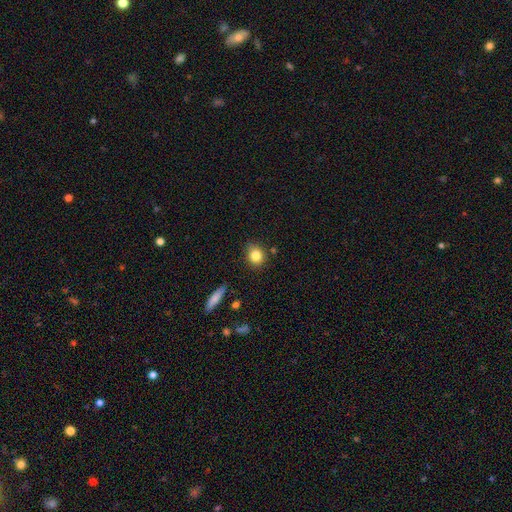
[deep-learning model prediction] smooth 83%, star or artifact 10%, featured or disk 7%. Down the decision tree: how rounded — round (73%); merging — none (82%).